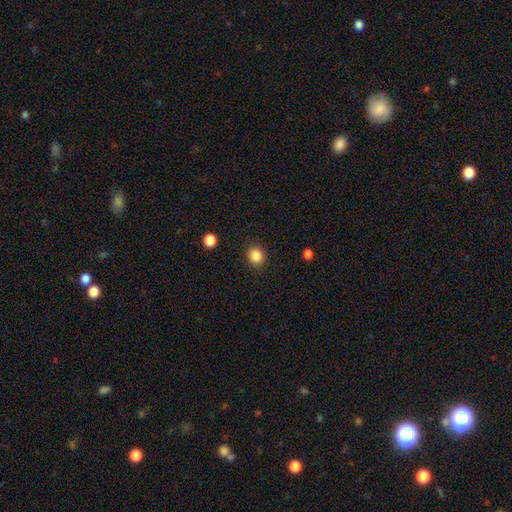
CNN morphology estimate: The model was most divided on "how rounded": round: 74%, in between: 25%, cigar-shaped: 1%. More confident: merging — none (88%); smooth or featured — smooth (86%).